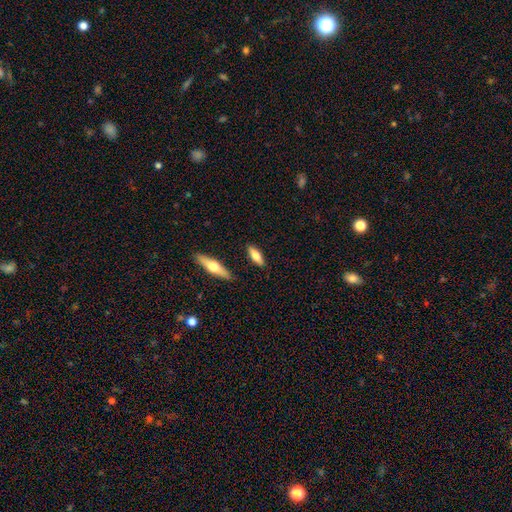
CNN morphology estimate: This appears to be a smooth galaxy with no disk features (66%) that is in between round and cigar-shaped (56%). Merging: none (86%).